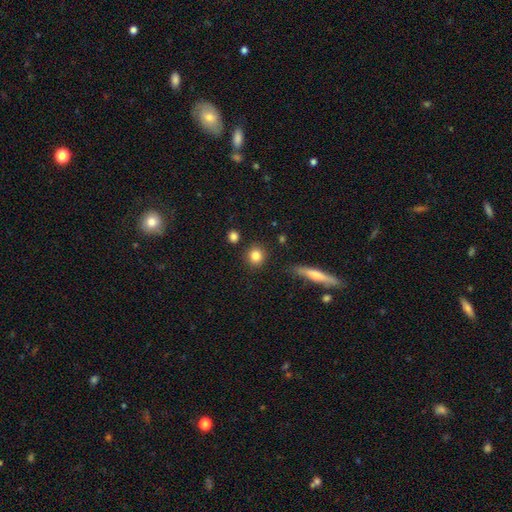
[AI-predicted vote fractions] Smooth or featured? Predicted: smooth (p=0.84). How rounded? Predicted: round (p=0.86). Merging? Predicted: none (p=0.87).